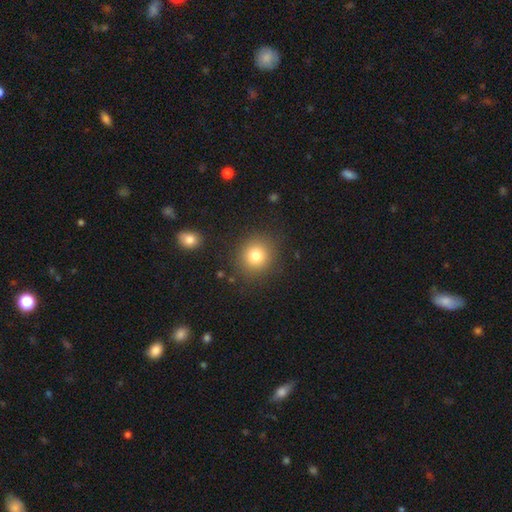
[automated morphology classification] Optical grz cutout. It shows a smooth galaxy with no disk features (80%) that is round (88%). Merging: none (88%).